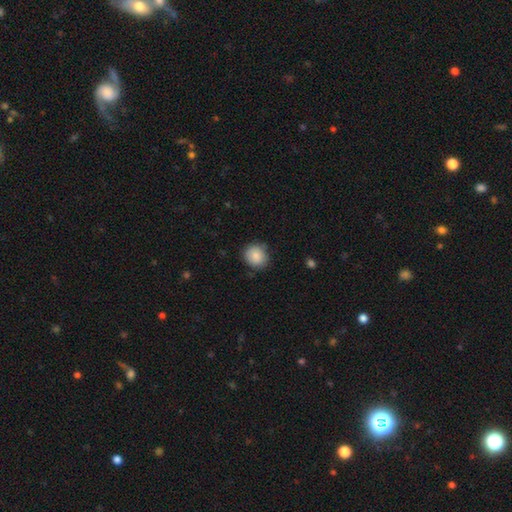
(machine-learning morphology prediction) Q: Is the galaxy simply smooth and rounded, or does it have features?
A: smooth — 87%.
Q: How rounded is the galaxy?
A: round — 83%.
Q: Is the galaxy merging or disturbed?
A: none — 82%.